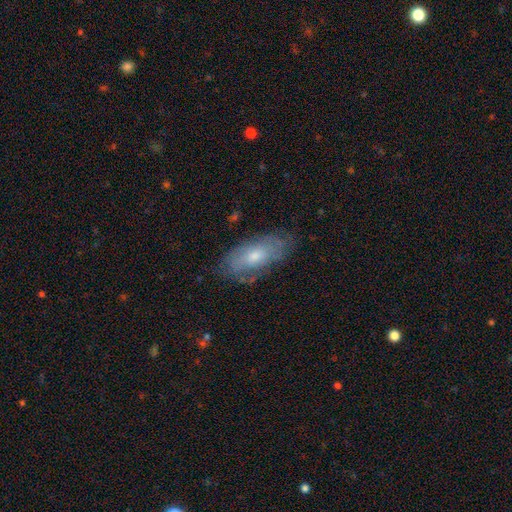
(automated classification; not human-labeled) Smooth or featured: featured or disk — 47% (smooth — 46%)
Merging: none — 70% (minor disturbance — 21%)